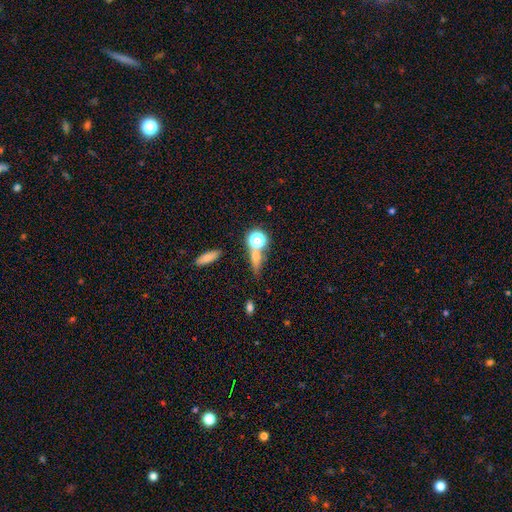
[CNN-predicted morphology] Smooth or featured: smooth — 58% (star or artifact — 27%)
How rounded: round — 42% (in between — 32%)
Merging: none — 62% (merger — 21%)